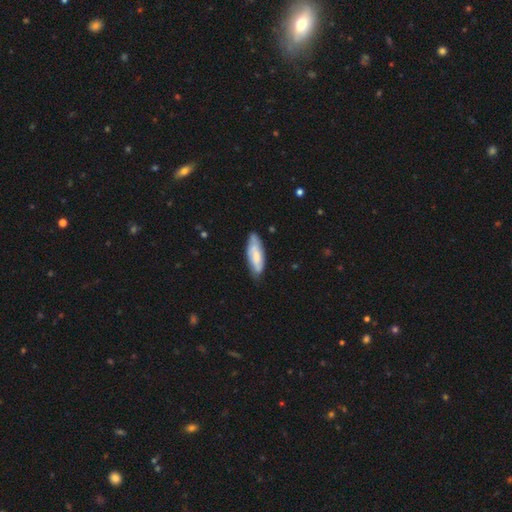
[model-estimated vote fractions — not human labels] Smooth or featured? smooth (58%)
How rounded? in between (63%)
Merging? none (69%)